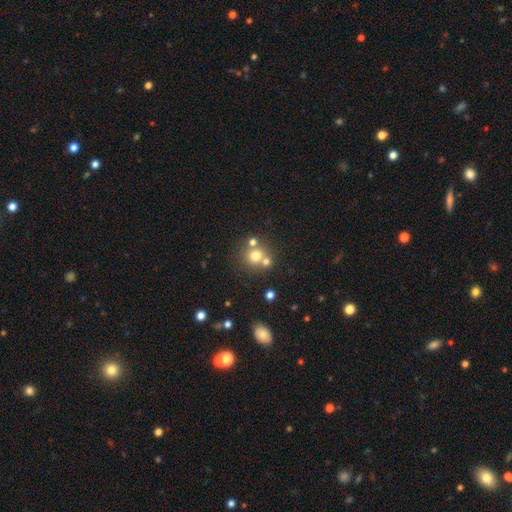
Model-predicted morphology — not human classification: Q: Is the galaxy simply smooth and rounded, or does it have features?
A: smooth — 70%.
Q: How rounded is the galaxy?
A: round — 88%.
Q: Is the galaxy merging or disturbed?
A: none — 56%.